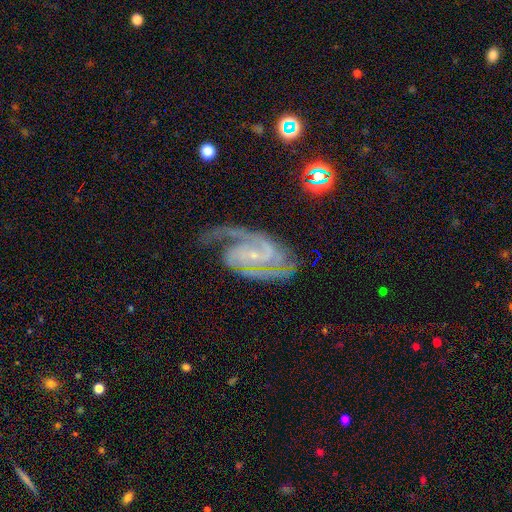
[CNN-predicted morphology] This is clearly a featured or disk galaxy (91%). It is clearly not viewed edge-on (97%). Bar: possibly no (49%). Spiral arm pattern: clearly yes (98%). Spiral arm count: likely 2 (70%). Spiral winding: possibly tight (49%). Central bulge: clearly small (83%). Merging: likely none (70%).